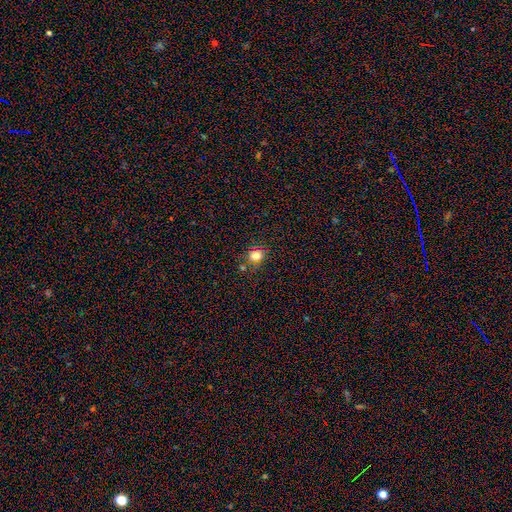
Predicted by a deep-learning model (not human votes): smooth_or_featured: smooth (p=0.77) [alt: star or artifact p=0.16]
how_rounded: round (p=0.77) [alt: in between p=0.22]
merging: none (p=0.78) [alt: minor disturbance p=0.12]